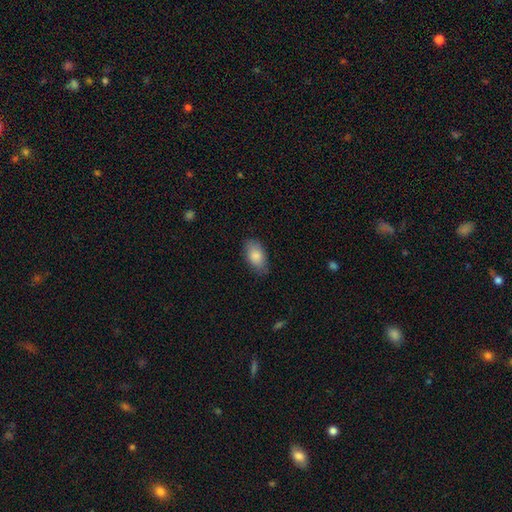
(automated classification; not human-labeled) Morphology: type=smooth (86%); roundness=in between (93%); merging=none (79%).